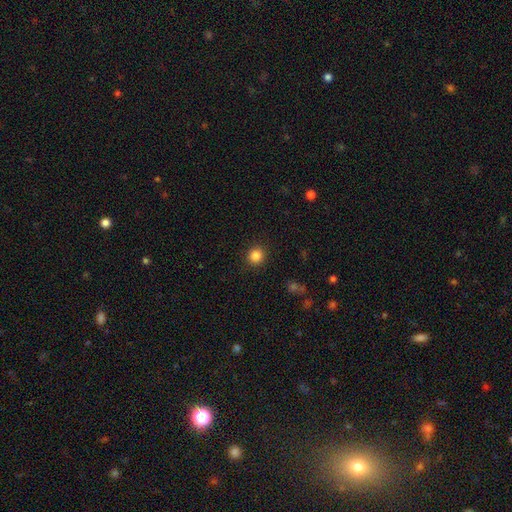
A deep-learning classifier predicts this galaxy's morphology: A smooth galaxy with no disk features (85%) that is round (90%).

Vote fractions:
- Smooth or featured? smooth: 85% / star or artifact: 11% / featured or disk: 4%
- How rounded? round: 90% / in between: 9% / cigar-shaped: 1%
- Merging? none: 91% / minor disturbance: 6% / major disturbance: 2% / merger: 1%